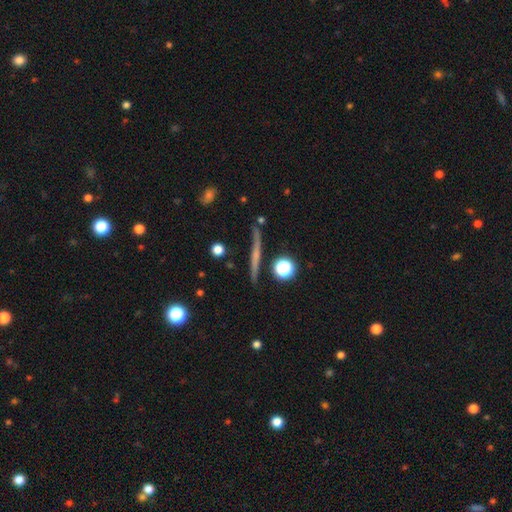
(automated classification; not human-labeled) Smooth or featured? featured or disk (58%)
Edge-on disk? yes (96%)
Edge-on bulge? none (66%)
Merging? none (86%)